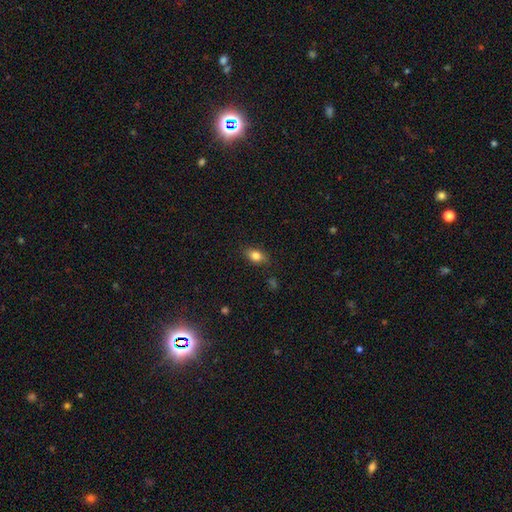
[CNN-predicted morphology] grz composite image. It shows a smooth galaxy with no disk features (80%) that is in between round and cigar-shaped (79%). Merging: none (81%).